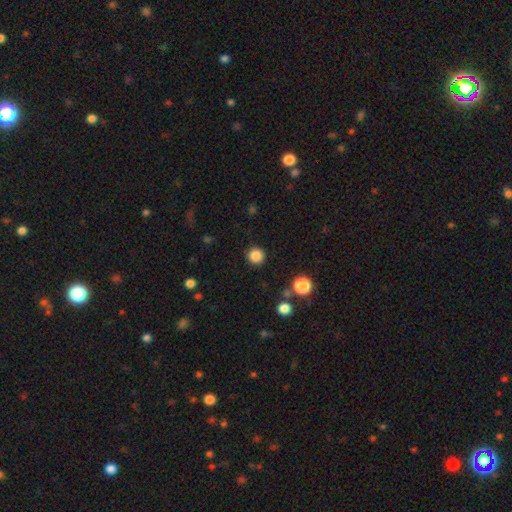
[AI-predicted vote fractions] smooth_or_featured: smooth (p=0.85) [alt: star or artifact p=0.11]
how_rounded: round (p=0.95) [alt: in between p=0.04]
merging: none (p=0.92) [alt: minor disturbance p=0.05]